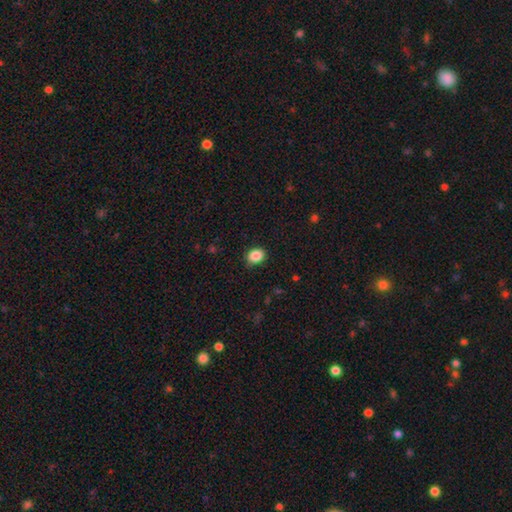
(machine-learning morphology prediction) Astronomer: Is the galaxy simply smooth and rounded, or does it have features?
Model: smooth — 87%.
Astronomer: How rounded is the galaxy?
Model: round — 50% (runner-up: in between, 49%).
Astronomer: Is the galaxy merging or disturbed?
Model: none — 86%.